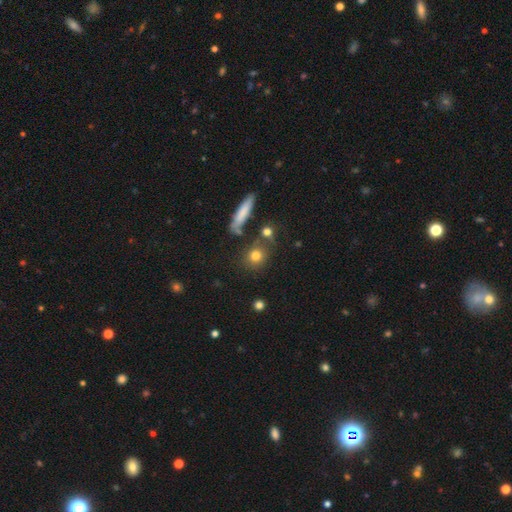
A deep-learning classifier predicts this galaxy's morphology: This appears to be a smooth galaxy with no disk features (76%) that is round (74%). Merging: none (71%).